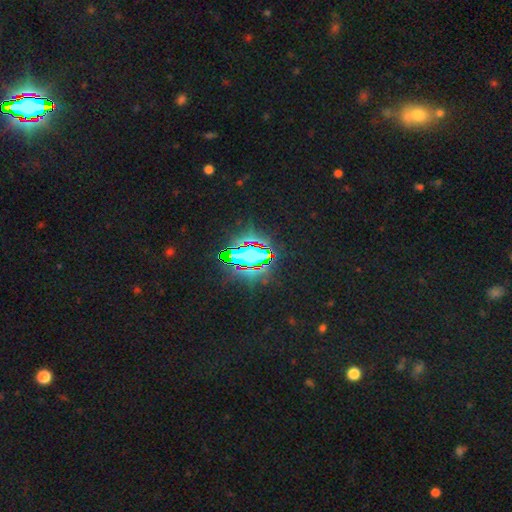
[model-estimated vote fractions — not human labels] This is likely a star or artifact rather than a galaxy (77%).